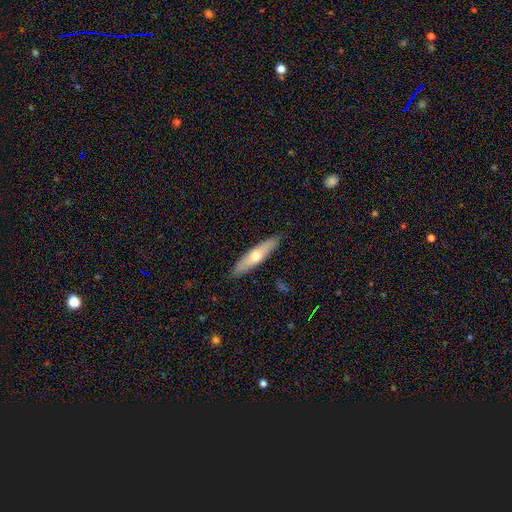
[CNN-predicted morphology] smooth-or-featured: smooth: 50% | featured or disk: 44% | star or artifact: 6%
  how-rounded: cigar-shaped: 76% | in between: 22% | round: 2%
  merging: none: 89% | minor disturbance: 9% | major disturbance: 2% | merger: 1%